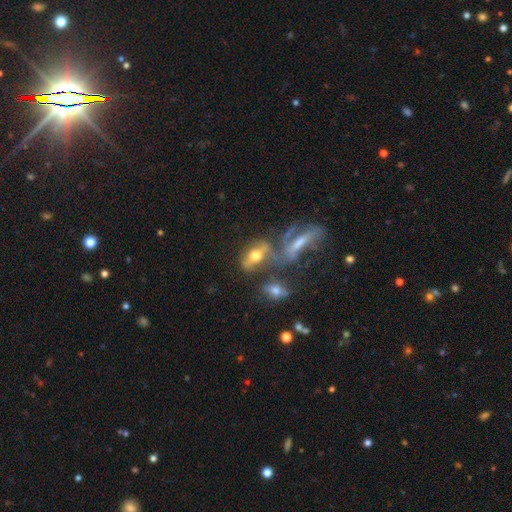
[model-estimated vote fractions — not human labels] smooth-or-featured: featured or disk: 45% | smooth: 43% | star or artifact: 12%
  merging: merger: 46% | none: 30% | minor disturbance: 12% | major disturbance: 12%